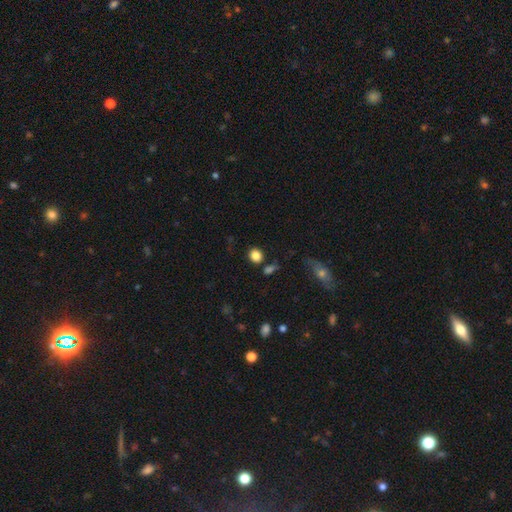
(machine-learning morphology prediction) Smooth or featured? Predicted: smooth (p=0.84). How rounded? Predicted: round (p=0.73). Merging? Predicted: none (p=0.78).